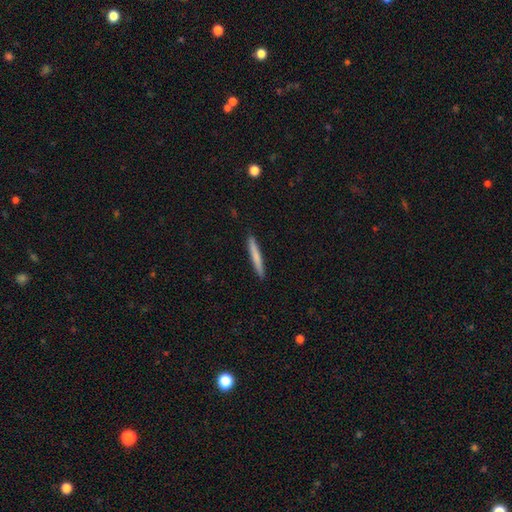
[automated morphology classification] This is likely a smooth galaxy (71%). How rounded: clearly cigar-shaped (96%). Merging: clearly none (92%).